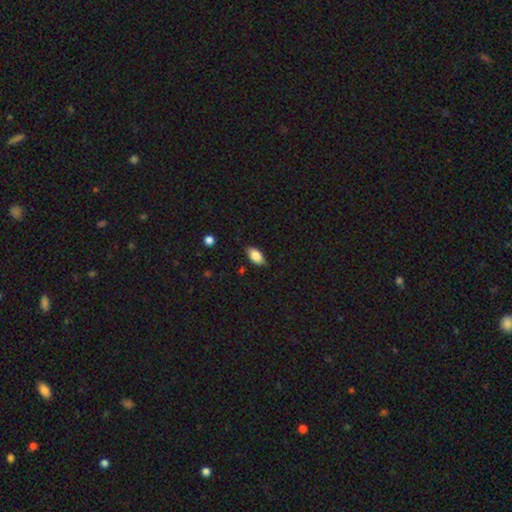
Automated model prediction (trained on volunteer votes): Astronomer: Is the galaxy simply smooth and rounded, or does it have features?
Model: smooth — 83%.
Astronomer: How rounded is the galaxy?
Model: in between — 91%.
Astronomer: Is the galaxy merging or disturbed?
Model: none — 79%.